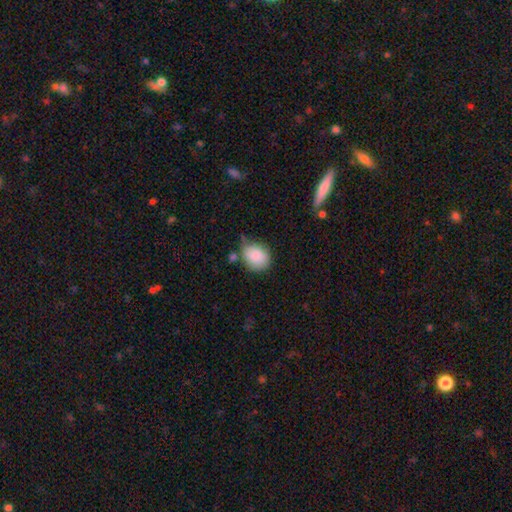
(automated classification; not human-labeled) Morphology: type=smooth (85%); roundness=round (56%); merging=none (52%).